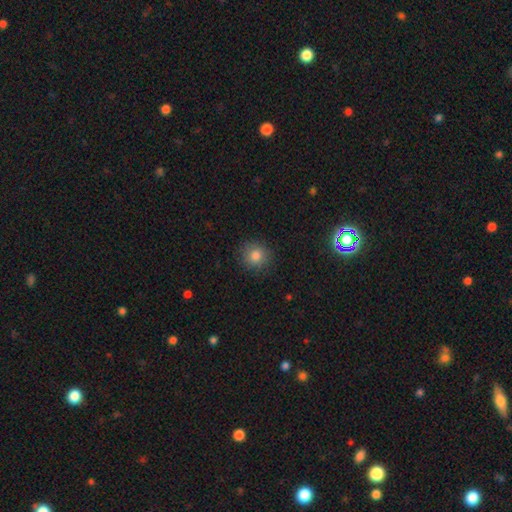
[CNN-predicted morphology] Q: Smooth or featured?
A: smooth (82%); runner-up: star or artifact (12%)
Q: How rounded?
A: round (89%); runner-up: in between (10%)
Q: Merging?
A: none (88%); runner-up: minor disturbance (9%)